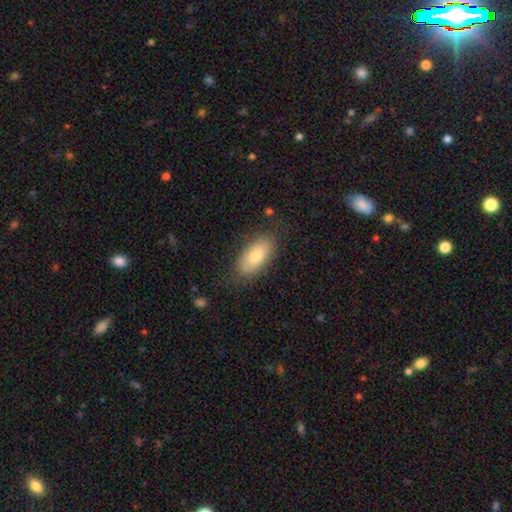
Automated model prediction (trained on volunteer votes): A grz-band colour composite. It shows a smooth galaxy with no disk features (75%) that is in between round and cigar-shaped (91%). Merging: none (79%).